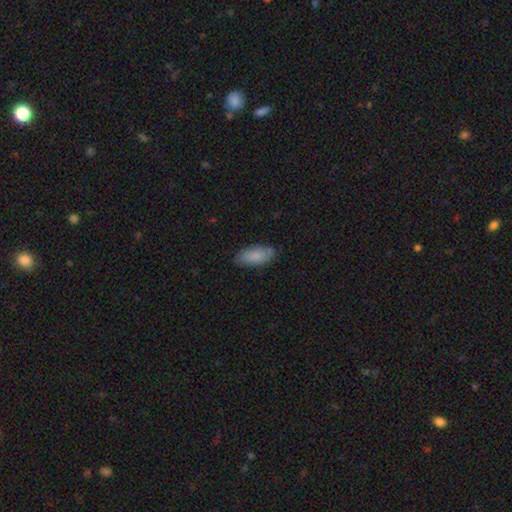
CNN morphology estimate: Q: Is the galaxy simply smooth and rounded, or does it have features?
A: smooth — 84%.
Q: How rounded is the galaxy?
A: in between — 85%.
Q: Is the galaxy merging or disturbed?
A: none — 78%.